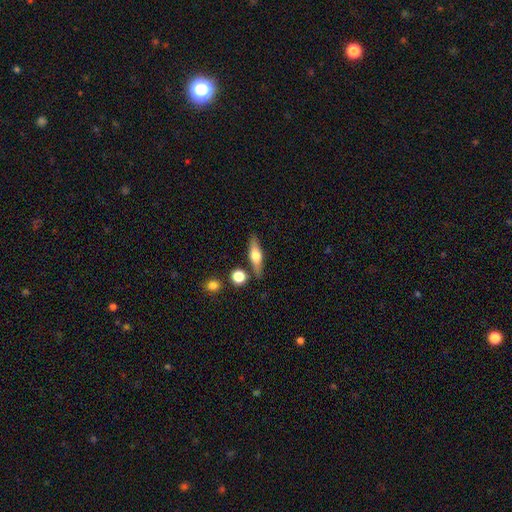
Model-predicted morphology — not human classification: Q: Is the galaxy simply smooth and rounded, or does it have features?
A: smooth — 48%.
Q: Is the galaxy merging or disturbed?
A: none — 79%.